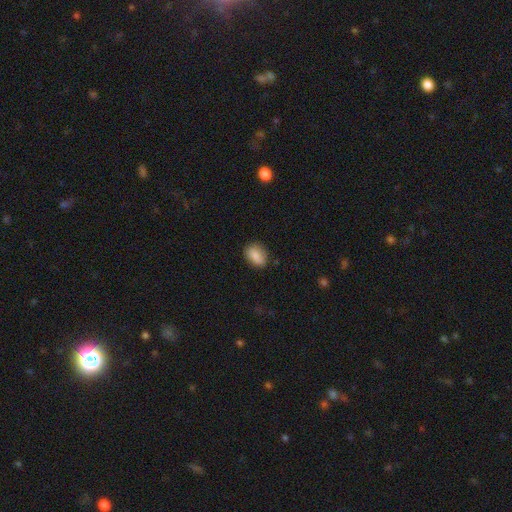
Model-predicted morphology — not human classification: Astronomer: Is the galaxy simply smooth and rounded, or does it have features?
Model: smooth — 85%.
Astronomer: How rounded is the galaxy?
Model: in between — 77%.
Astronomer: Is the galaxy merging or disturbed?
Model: none — 79%.